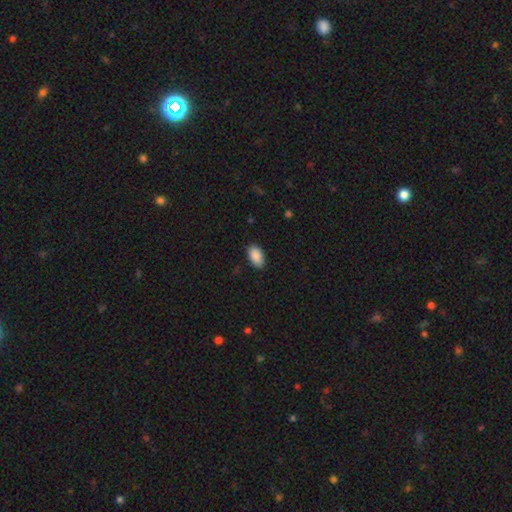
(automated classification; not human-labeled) Morphology: type=smooth (90%); roundness=in between (94%); merging=none (86%).